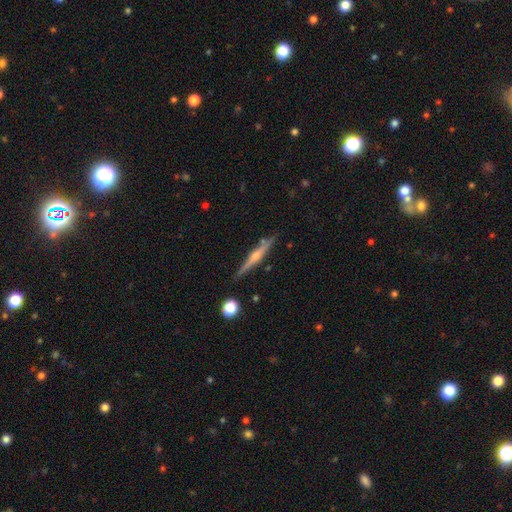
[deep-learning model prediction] Smooth or featured? featured or disk (69%)
Edge-on disk? yes (96%)
Edge-on bulge? rounded (79%)
Merging? none (85%)